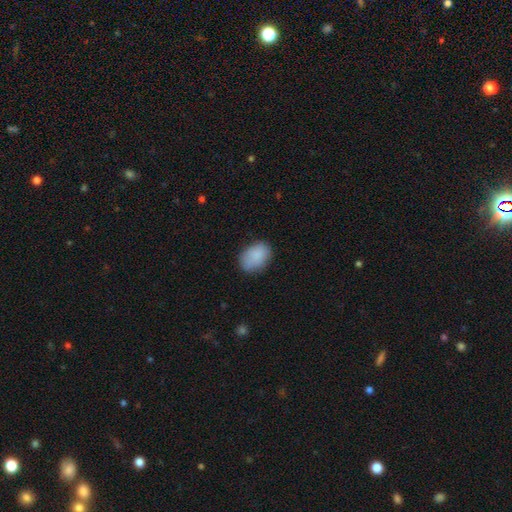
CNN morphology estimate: This appears to be a smooth galaxy with no disk features (87%) that is in between round and cigar-shaped (80%). Merging: none (77%).